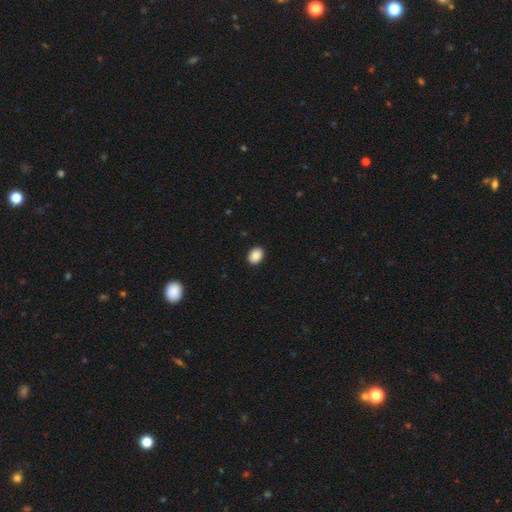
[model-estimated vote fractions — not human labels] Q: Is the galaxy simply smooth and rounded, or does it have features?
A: smooth — 89%.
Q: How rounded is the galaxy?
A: in between — 76%.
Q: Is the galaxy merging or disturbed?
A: none — 90%.